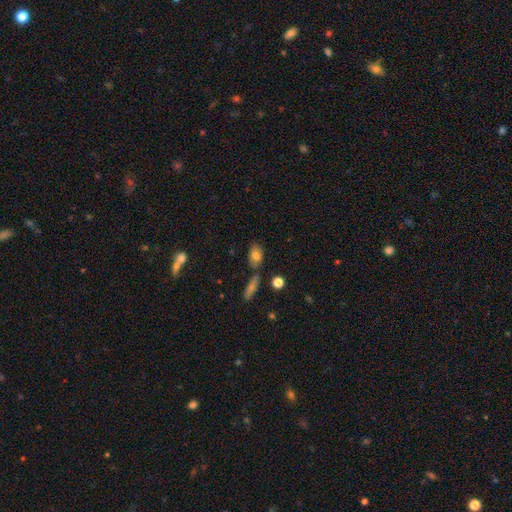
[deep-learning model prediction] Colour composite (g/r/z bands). It shows a smooth galaxy with no disk features (77%) that is in between round and cigar-shaped (82%). Merging: none (66%).